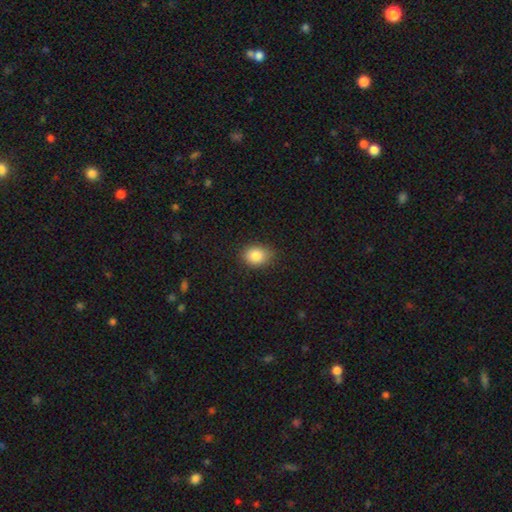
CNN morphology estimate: A smooth galaxy with no disk features (85%) that is in between round and cigar-shaped (58%). Merging: none (82%).